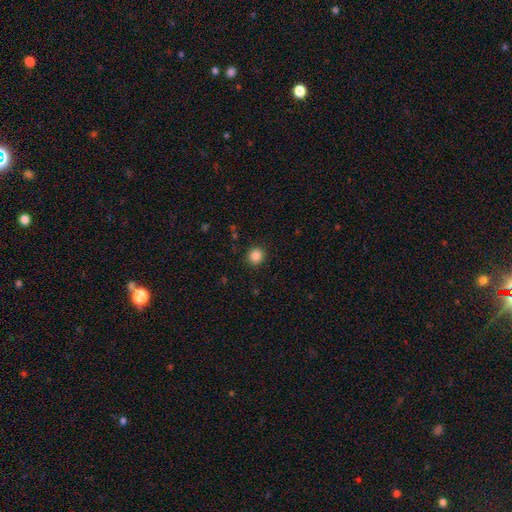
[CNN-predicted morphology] smooth 86%, star or artifact 11%, featured or disk 4%. Down the decision tree: how rounded — round (91%); merging — none (92%).